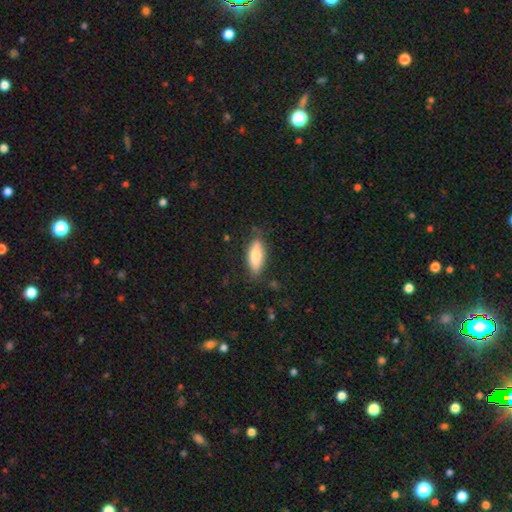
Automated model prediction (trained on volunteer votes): Overall: smooth (74%). How rounded: in between (69%). Merging: none (76%).